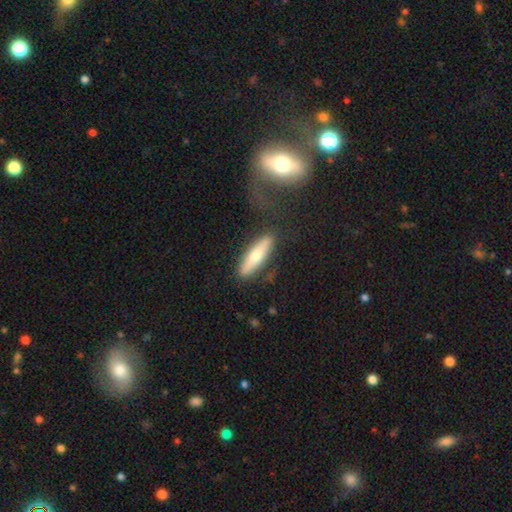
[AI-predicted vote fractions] The model was most divided on "smooth or featured": smooth: 58%, featured or disk: 36%, star or artifact: 6%. More confident: merging — none (75%); how rounded — cigar-shaped (73%).